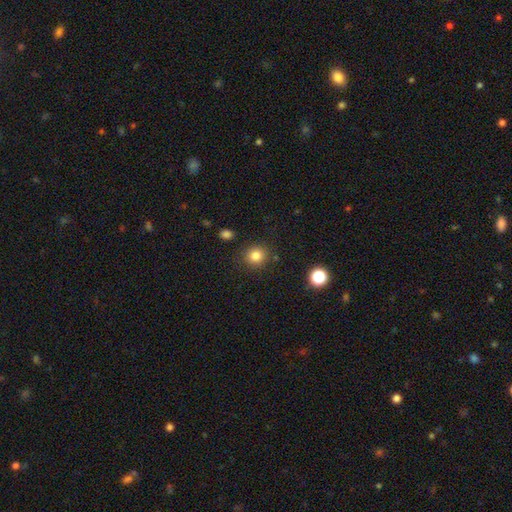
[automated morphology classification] Smooth or featured? Predicted: smooth (p=0.82). How rounded? Predicted: round (p=0.88). Merging? Predicted: none (p=0.87).